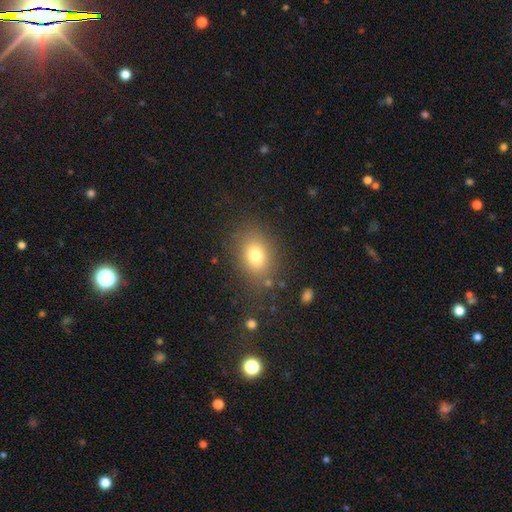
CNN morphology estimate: smooth 77%, star or artifact 12%, featured or disk 11%. Down the decision tree: how rounded — in between (65%); merging — none (80%).